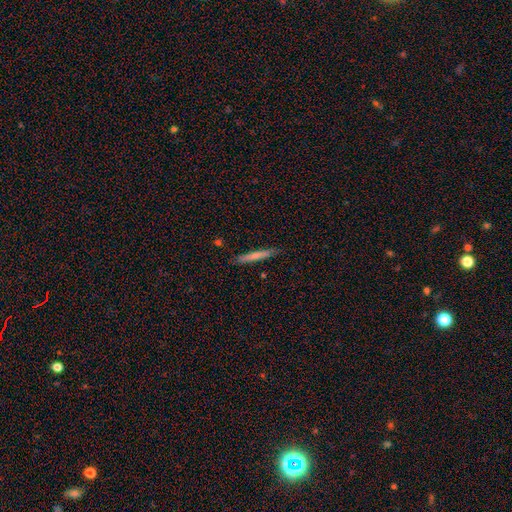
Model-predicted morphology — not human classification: smooth 66%, featured or disk 28%, star or artifact 6%. Down the decision tree: how rounded — cigar-shaped (96%); merging — none (87%).